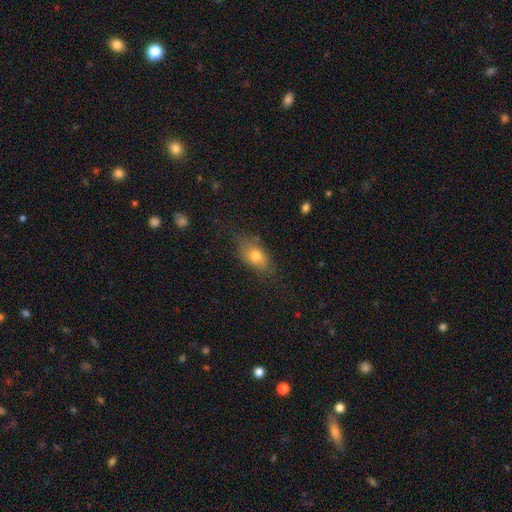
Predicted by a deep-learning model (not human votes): Overall: smooth (73%). How rounded: in between (81%). Merging: none (69%).